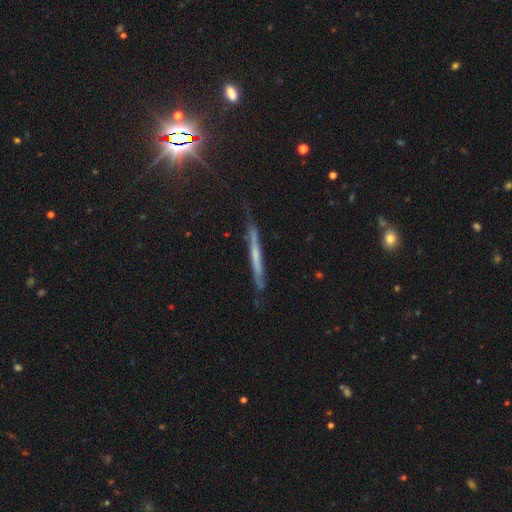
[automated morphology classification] A featured or disk galaxy (55%) viewed edge-on (91%).

Vote fractions:
- Smooth or featured? featured or disk: 55% / smooth: 35% / star or artifact: 11%
- Edge-on disk? yes: 91% / no: 9%
- Merging? none: 74% / minor disturbance: 19% / major disturbance: 4% / merger: 2%